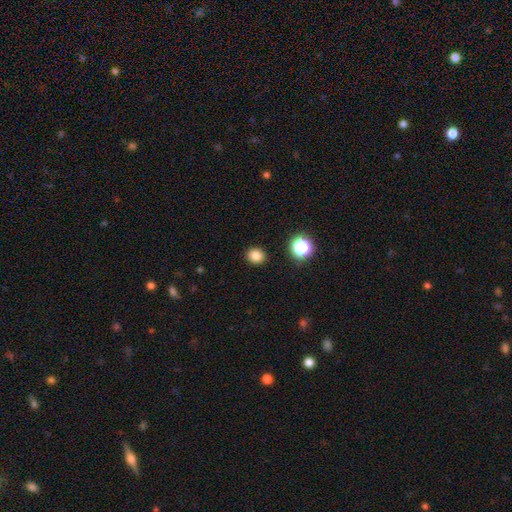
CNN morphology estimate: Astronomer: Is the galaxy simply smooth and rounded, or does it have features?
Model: smooth — 81%.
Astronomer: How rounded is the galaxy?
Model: round — 77%.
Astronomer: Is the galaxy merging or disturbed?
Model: none — 90%.